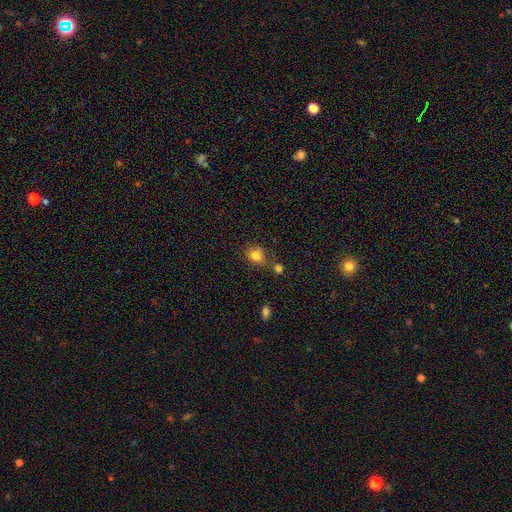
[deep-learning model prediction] Morphology: type=smooth (81%); roundness=round (52%); merging=none (59%).